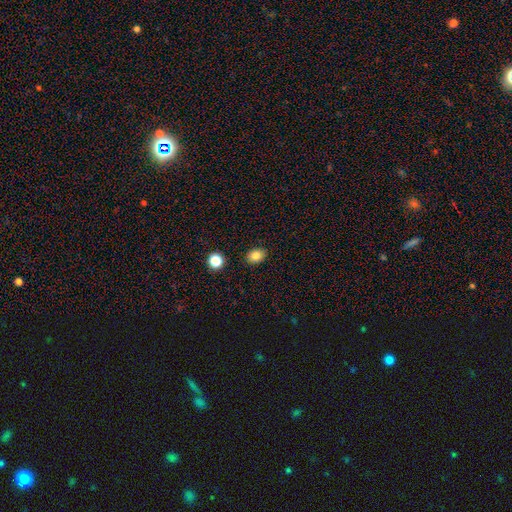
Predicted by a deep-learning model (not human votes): Smooth or featured? smooth (84%)
How rounded? in between (66%)
Merging? none (89%)